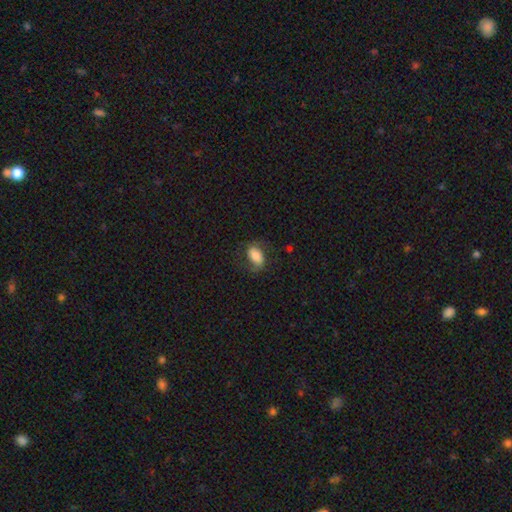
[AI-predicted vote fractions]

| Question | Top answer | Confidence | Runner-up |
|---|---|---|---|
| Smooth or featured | smooth | 71% | featured or disk (21%) |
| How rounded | in between | 89% | round (8%) |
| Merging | none | 67% | minor disturbance (20%) |